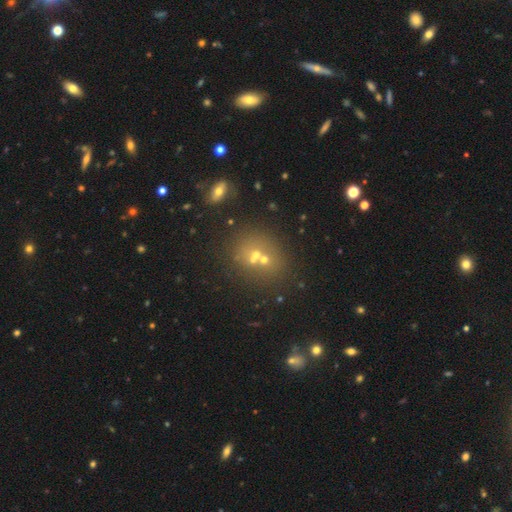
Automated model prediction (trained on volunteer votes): This appears to be a smooth galaxy with no disk features (51%) that is round (71%). Merging: none (45%).